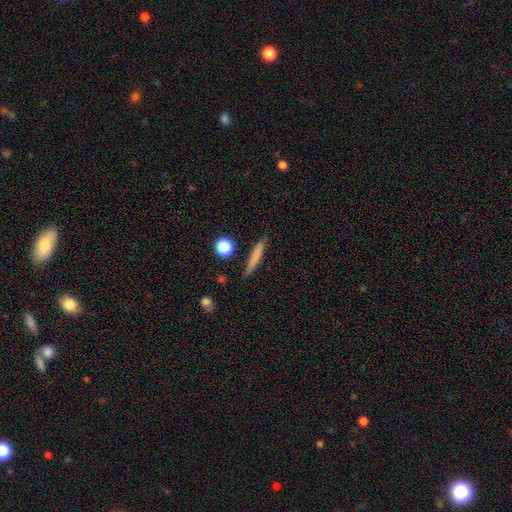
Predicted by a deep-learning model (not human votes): A smooth galaxy with no disk features (71%) that is cigar-shaped (92%).

Vote fractions:
- Smooth or featured? smooth: 71% / featured or disk: 22% / star or artifact: 8%
- How rounded? cigar-shaped: 92% / in between: 5% / round: 3%
- Merging? none: 84% / minor disturbance: 11% / major disturbance: 2% / merger: 2%